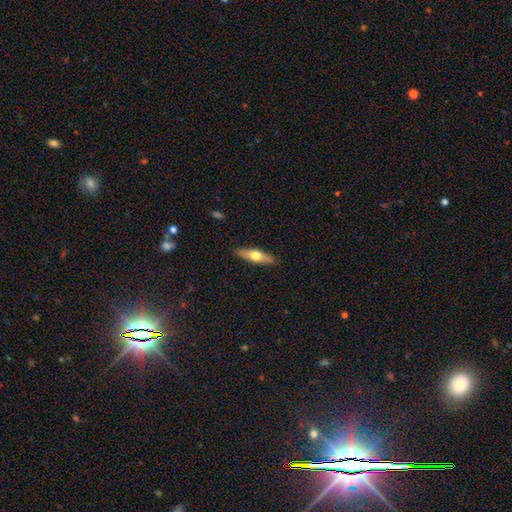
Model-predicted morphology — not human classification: Smooth or featured?
  - smooth: 50% *
  - featured or disk: 45%
  - star or artifact: 5%
Merging?
  - none: 90% *
  - minor disturbance: 8%
  - major disturbance: 2%
  - merger: 1%